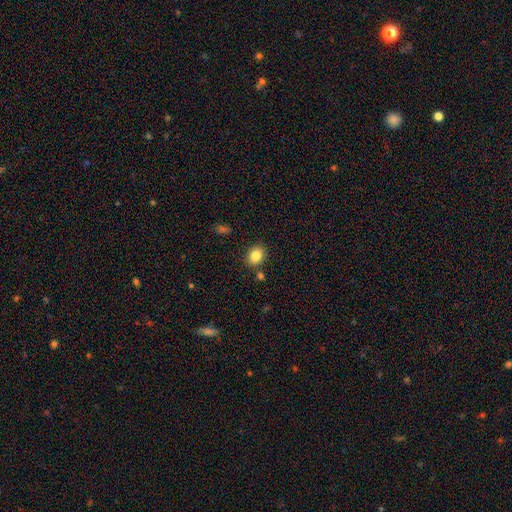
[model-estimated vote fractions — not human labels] This appears to be a smooth galaxy with no disk features (84%) that is in between round and cigar-shaped (55%). Merging: none (83%).